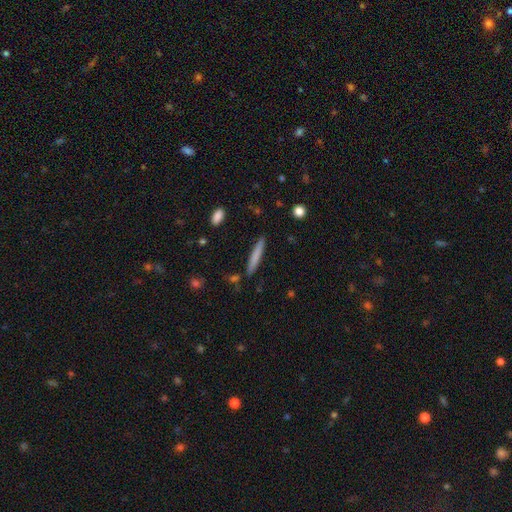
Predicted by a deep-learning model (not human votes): Morphology: type=smooth (73%); roundness=cigar-shaped (95%); merging=none (87%).